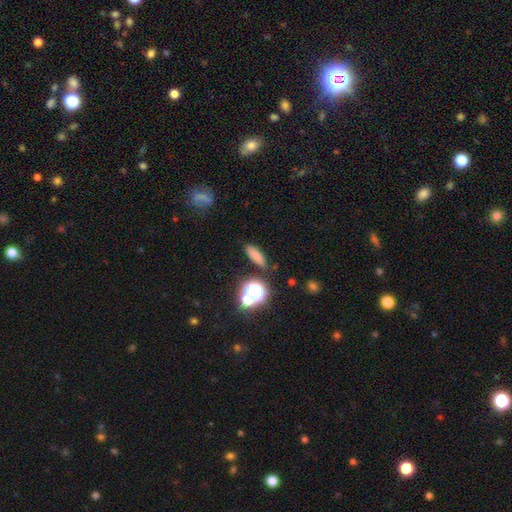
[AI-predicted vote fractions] Overall: smooth (72%). How rounded: cigar-shaped (47%; in between 43%). Merging: none (84%).